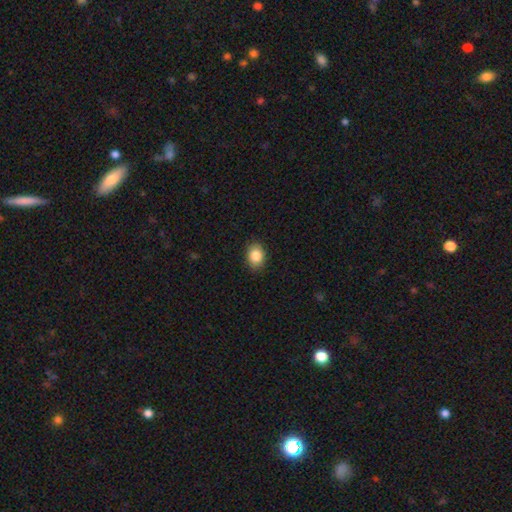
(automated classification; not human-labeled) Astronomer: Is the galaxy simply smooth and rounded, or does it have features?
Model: smooth — 86%.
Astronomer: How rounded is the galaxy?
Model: in between — 61% (runner-up: round, 38%).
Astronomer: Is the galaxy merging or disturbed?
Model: none — 87%.